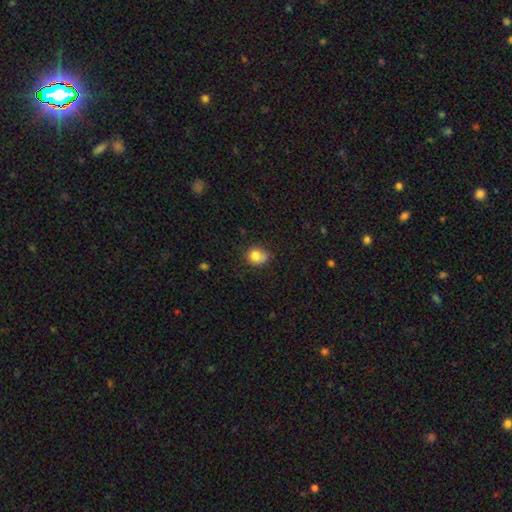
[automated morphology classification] This appears to be a smooth galaxy with no disk features (81%) that is round (67%). Merging: none (58%).